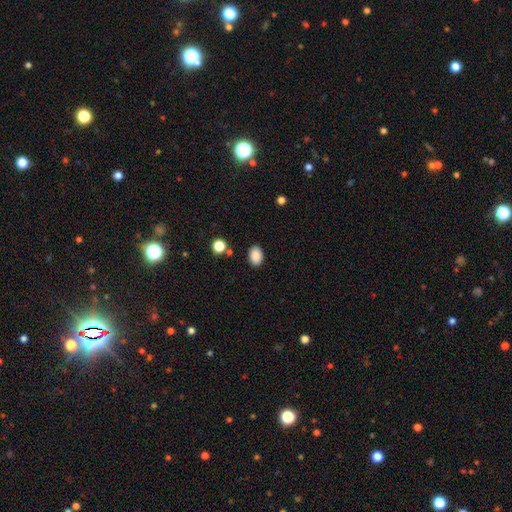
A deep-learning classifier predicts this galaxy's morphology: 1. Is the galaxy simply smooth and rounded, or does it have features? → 88% smooth, 9% star or artifact, 3% featured or disk.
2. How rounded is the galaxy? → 83% in between, 16% round, 1% cigar-shaped.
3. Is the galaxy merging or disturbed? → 87% none, 9% minor disturbance, 2% major disturbance, 2% merger.